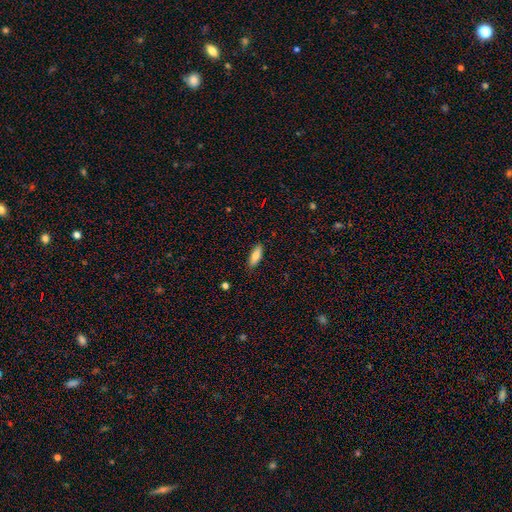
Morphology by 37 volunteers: Overall: smooth (84%). How rounded: in between (68%; cigar-shaped 32%). Merging: none (89%).